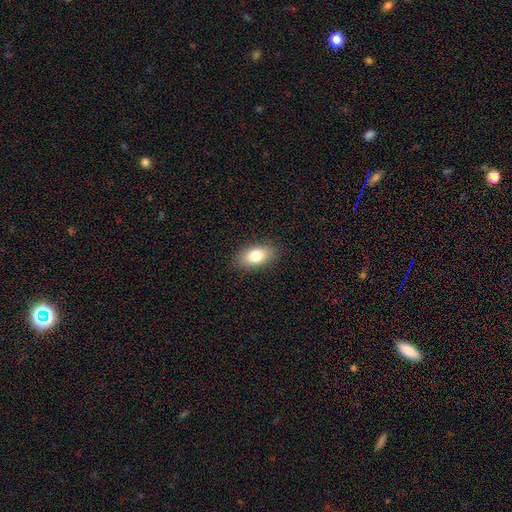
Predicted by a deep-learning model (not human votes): smooth-or-featured: smooth: 81% | featured or disk: 11% | star or artifact: 8%
  how-rounded: in between: 90% | round: 7% | cigar-shaped: 3%
  merging: none: 87% | minor disturbance: 9% | major disturbance: 2% | merger: 1%